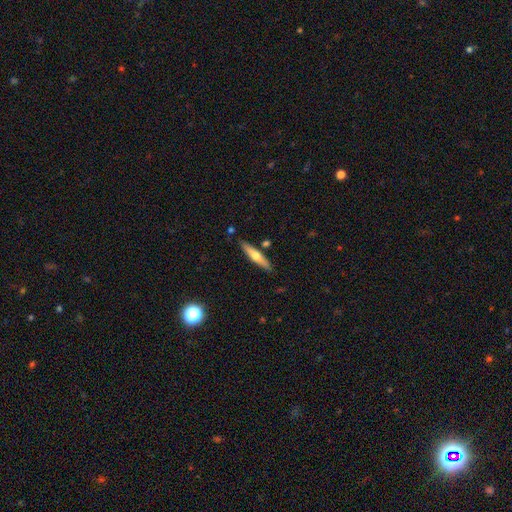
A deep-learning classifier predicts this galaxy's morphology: Smooth or featured? Predicted: featured or disk (p=0.48). Merging? Predicted: none (p=0.85).